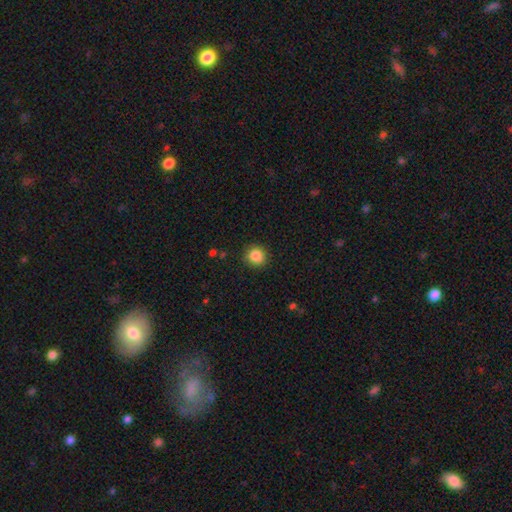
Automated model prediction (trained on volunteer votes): This is clearly a smooth galaxy (86%). How rounded: clearly round (89%). Merging: clearly none (89%).